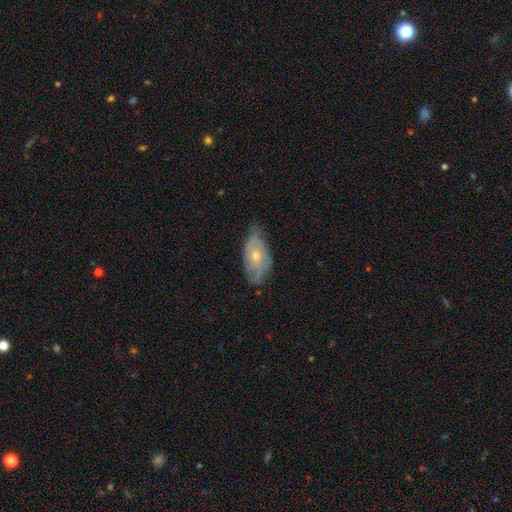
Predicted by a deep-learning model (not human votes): A featured or disk galaxy (63%) with no bar (75%), spiral arms (76%) and a moderate central bulge (53%).

Vote fractions:
- Smooth or featured? featured or disk: 63% / smooth: 29% / star or artifact: 7%
- Edge-on disk? no: 88% / yes: 12%
- Bar? no: 75% / weak: 21% / strong: 4%
- Spiral arms? yes: 76% / no: 24%
- Bulge size? moderate: 53% / small: 43% / large: 2% / none: 1% / dominant: 1%
- Merging? none: 64% / minor disturbance: 28% / major disturbance: 6% / merger: 1%